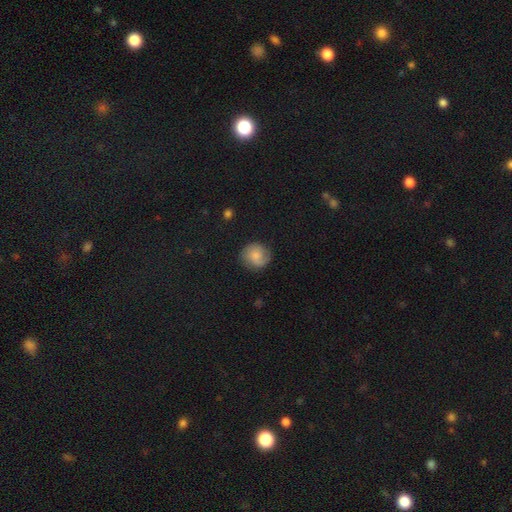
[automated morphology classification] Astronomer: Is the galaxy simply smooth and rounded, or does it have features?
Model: smooth — 52% (runner-up: featured or disk, 40%).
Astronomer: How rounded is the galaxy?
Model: round — 87%.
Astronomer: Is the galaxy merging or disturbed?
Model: none — 79%.